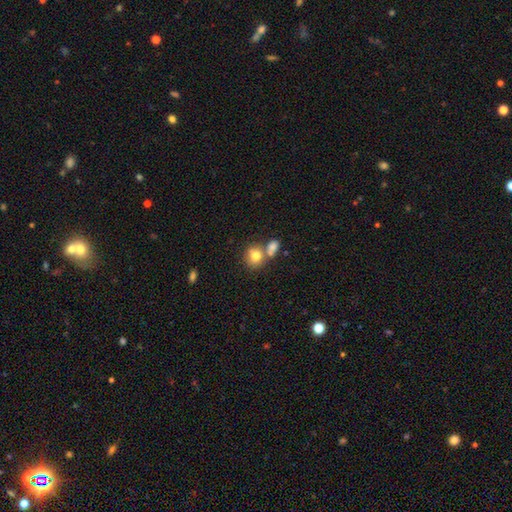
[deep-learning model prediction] Smooth or featured? Predicted: smooth (p=0.78). How rounded? Predicted: round (p=0.70). Merging? Predicted: none (p=0.46).